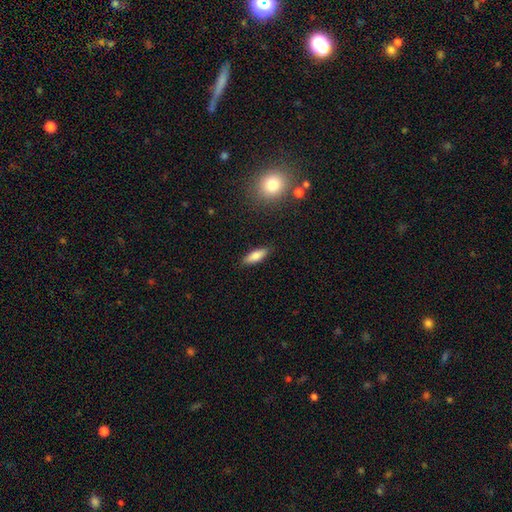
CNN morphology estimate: This is clearly a smooth galaxy (82%). How rounded: likely in between (63%). Merging: clearly none (87%).